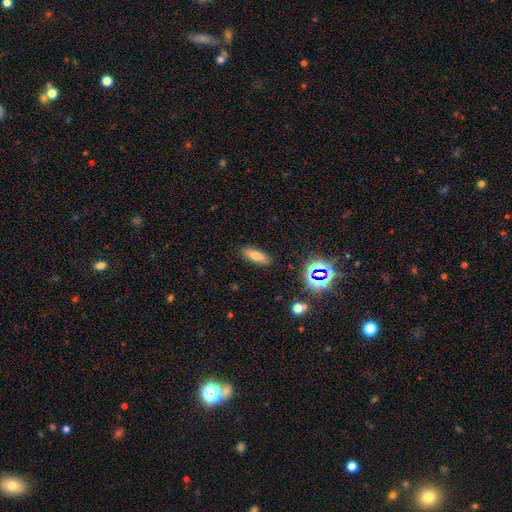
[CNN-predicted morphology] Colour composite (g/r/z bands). It shows a smooth galaxy with no disk features (74%) that is in between round and cigar-shaped (57%). Merging: none (88%).